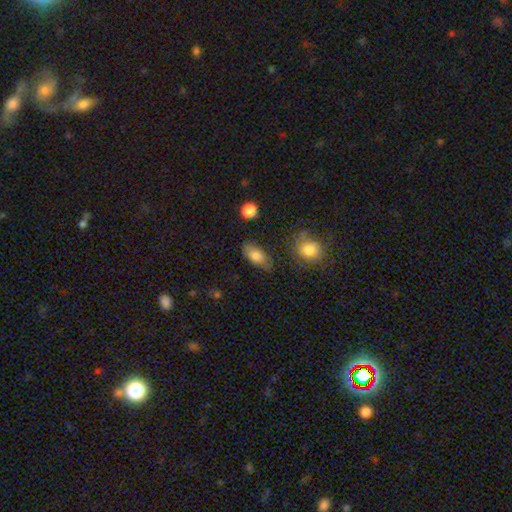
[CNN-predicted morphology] Smooth or featured? Predicted: smooth (p=0.79). How rounded? Predicted: in between (p=0.86). Merging? Predicted: none (p=0.75).